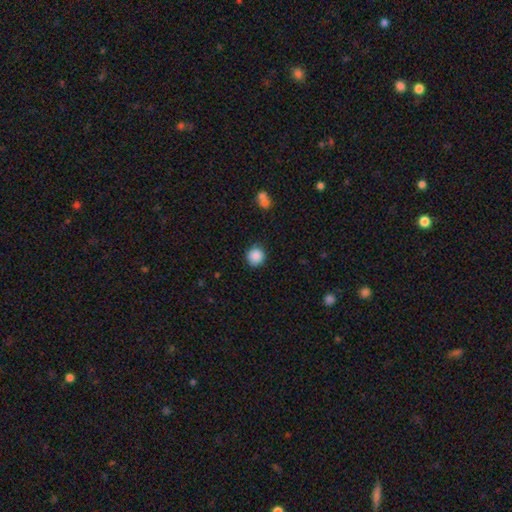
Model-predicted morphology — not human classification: Overall: smooth (87%). How rounded: round (91%). Merging: none (85%).